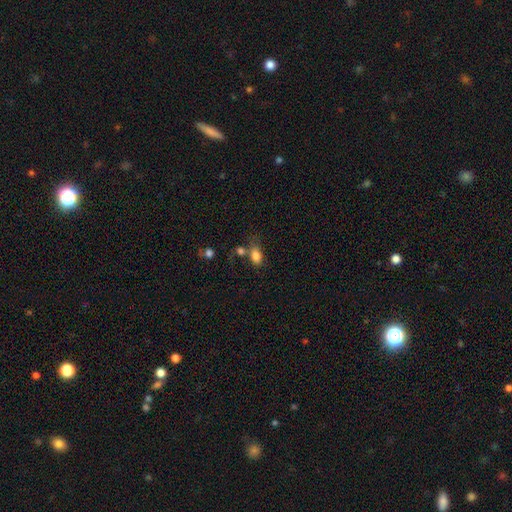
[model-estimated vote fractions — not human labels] Smooth or featured?
  - smooth: 82% *
  - star or artifact: 10%
  - featured or disk: 8%
How rounded?
  - in between: 82% *
  - round: 15%
  - cigar-shaped: 2%
Merging?
  - none: 44% *
  - merger: 28%
  - minor disturbance: 18%
  - major disturbance: 10%